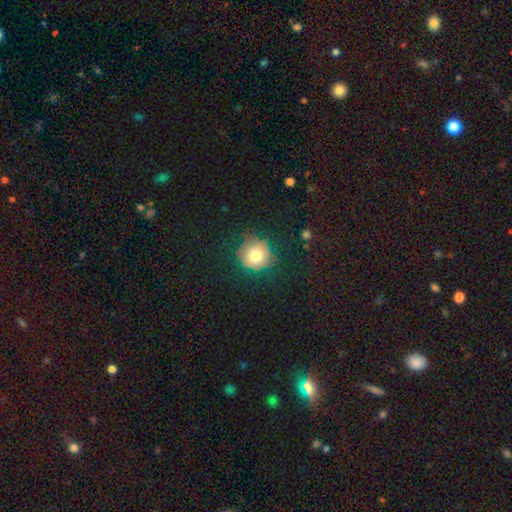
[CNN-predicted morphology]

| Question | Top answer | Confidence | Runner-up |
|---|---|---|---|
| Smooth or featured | smooth | 71% | star or artifact (17%) |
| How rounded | round | 93% | in between (6%) |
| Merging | none | 79% | minor disturbance (13%) |